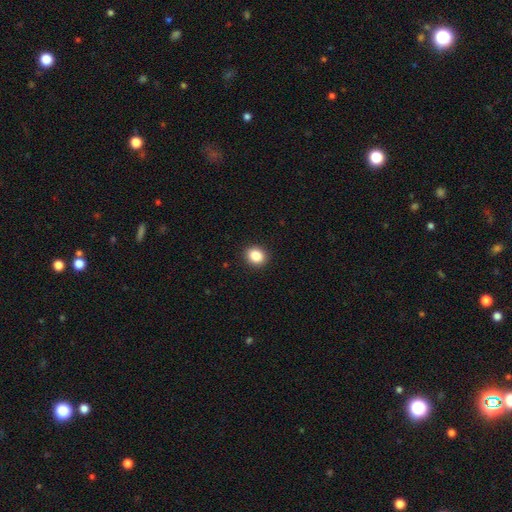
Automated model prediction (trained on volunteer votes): The model was most divided on "how rounded": round: 66%, in between: 33%, cigar-shaped: 1%. More confident: merging — none (91%); smooth or featured — smooth (86%).